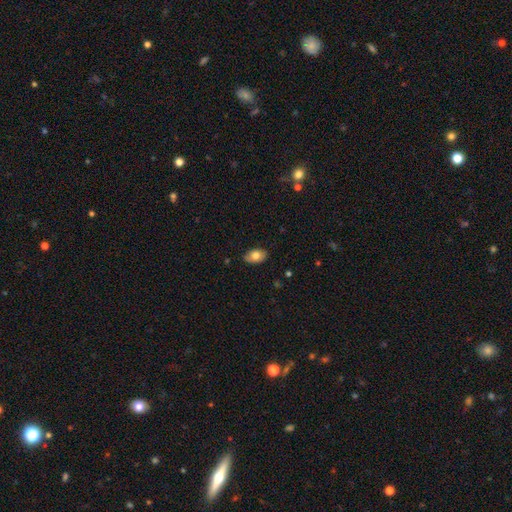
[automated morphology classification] smooth-or-featured: smooth: 75% | featured or disk: 17% | star or artifact: 7%
  how-rounded: in between: 91% | round: 8% | cigar-shaped: 2%
  merging: none: 83% | minor disturbance: 14% | major disturbance: 2% | merger: 1%